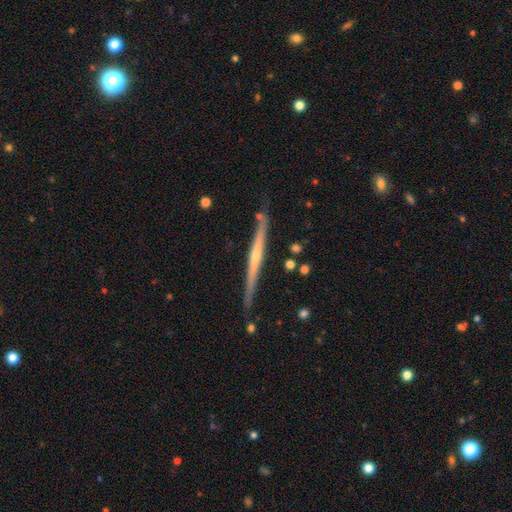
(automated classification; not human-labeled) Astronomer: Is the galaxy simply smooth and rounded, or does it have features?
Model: featured or disk — 73%.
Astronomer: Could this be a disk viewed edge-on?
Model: yes — 98%.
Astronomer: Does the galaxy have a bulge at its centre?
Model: rounded — 48% (runner-up: none, 47%).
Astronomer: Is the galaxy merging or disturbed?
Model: none — 84%.